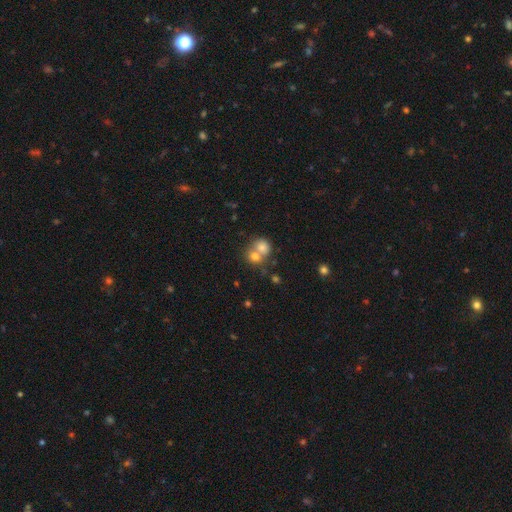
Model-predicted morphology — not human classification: A smooth galaxy with no disk features (70%) that is round (72%).

Vote fractions:
- Smooth or featured? smooth: 70% / featured or disk: 17% / star or artifact: 13%
- How rounded? round: 72% / in between: 27% / cigar-shaped: 1%
- Merging? merger: 60% / none: 31% / minor disturbance: 6% / major disturbance: 3%